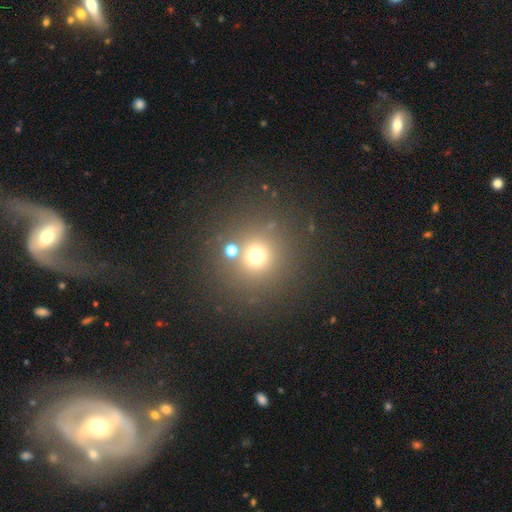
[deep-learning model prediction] This is likely a smooth galaxy (67%). How rounded: clearly round (92%). Merging: likely none (75%).